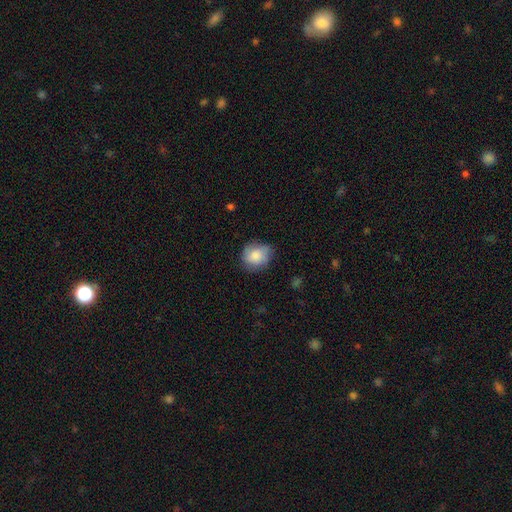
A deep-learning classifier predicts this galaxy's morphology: smooth-or-featured: smooth: 80% | featured or disk: 13% | star or artifact: 7%
  how-rounded: round: 69% | in between: 30% | cigar-shaped: 1%
  merging: none: 67% | minor disturbance: 26% | major disturbance: 6% | merger: 1%